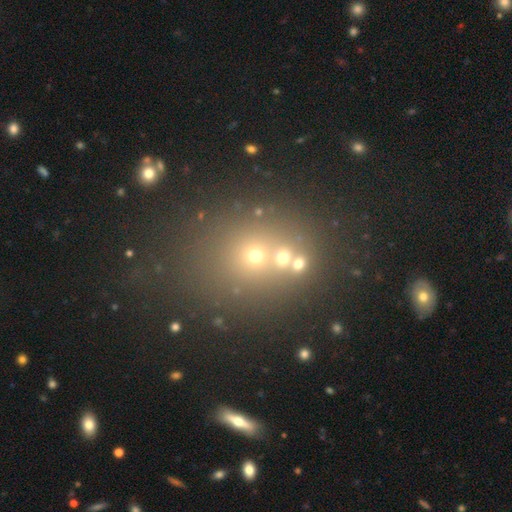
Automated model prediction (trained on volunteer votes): Q: Smooth or featured?
A: smooth (46%); runner-up: star or artifact (38%)
Q: Merging?
A: none (61%); runner-up: merger (25%)